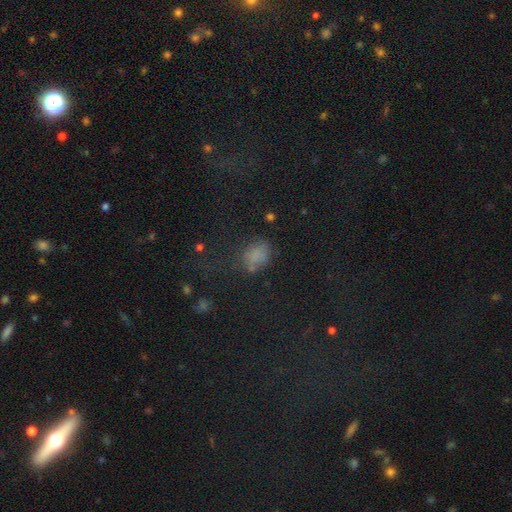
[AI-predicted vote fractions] Morphology: type=smooth (65%); roundness=in between (63%); merging=none (54%).